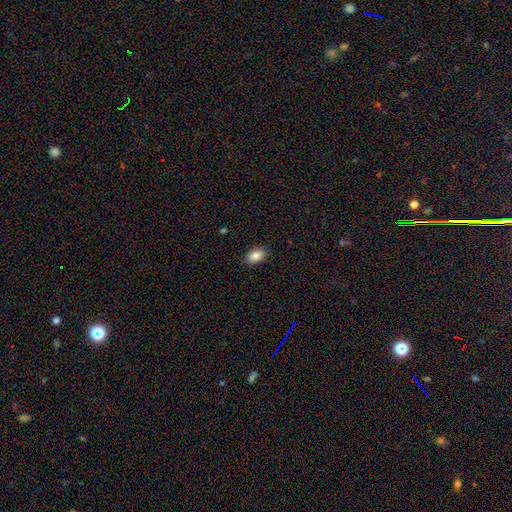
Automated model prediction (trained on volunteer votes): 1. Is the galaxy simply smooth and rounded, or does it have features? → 86% smooth, 8% star or artifact, 6% featured or disk.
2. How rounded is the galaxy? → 89% in between, 10% round, 1% cigar-shaped.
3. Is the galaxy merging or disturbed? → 89% none, 8% minor disturbance, 2% major disturbance, 1% merger.